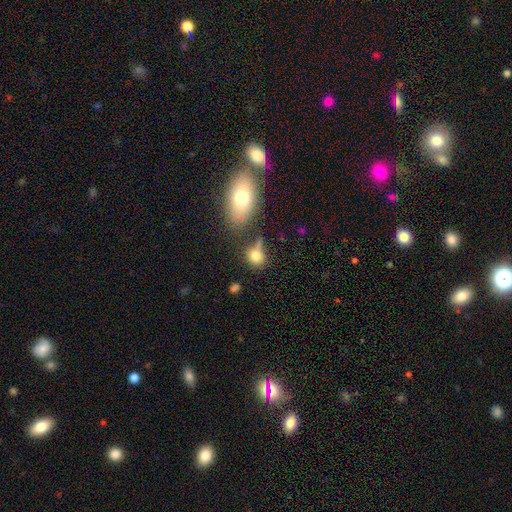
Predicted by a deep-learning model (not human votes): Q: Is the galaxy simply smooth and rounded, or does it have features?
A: smooth — 78%.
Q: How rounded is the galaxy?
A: round — 66%.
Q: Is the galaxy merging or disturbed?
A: none — 53%.